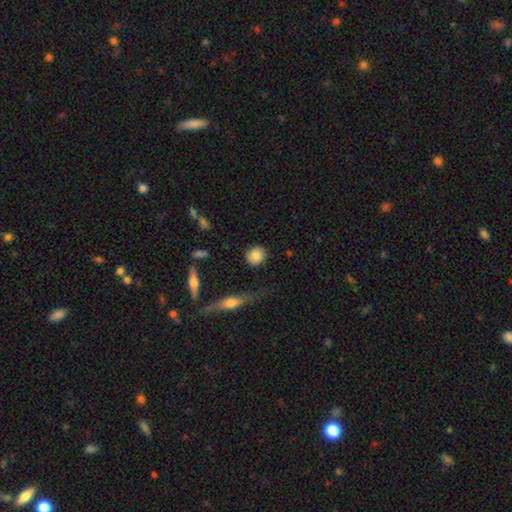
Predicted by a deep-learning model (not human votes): The model was most divided on "merging": none: 85%, minor disturbance: 9%, major disturbance: 4%, merger: 2%. More confident: how rounded — round (88%); smooth or featured — smooth (85%).